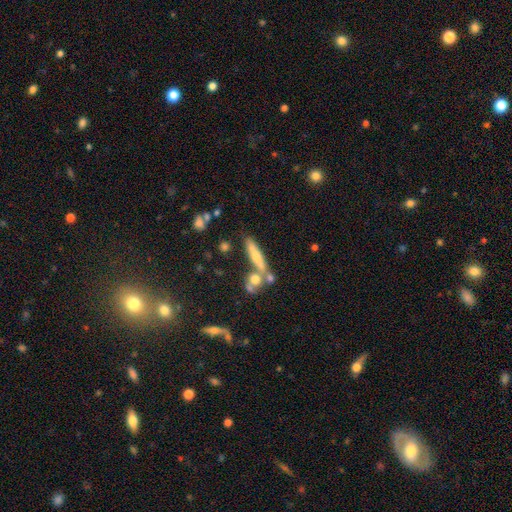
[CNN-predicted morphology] Smooth or featured? smooth (58%)
How rounded? cigar-shaped (79%)
Merging? none (57%)